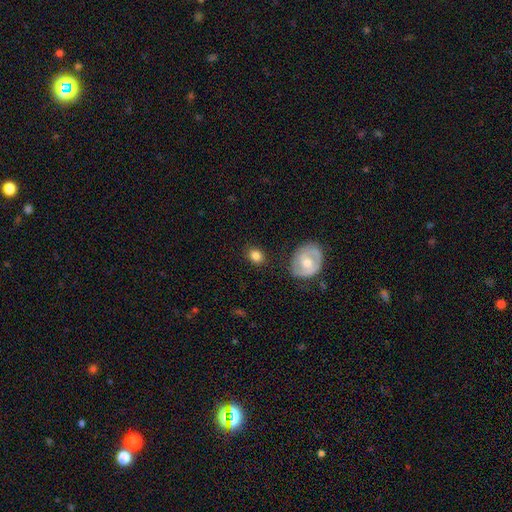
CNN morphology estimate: The model was most divided on "how rounded": round: 55%, in between: 43%, cigar-shaped: 1%. More confident: merging — none (81%); smooth or featured — smooth (80%).